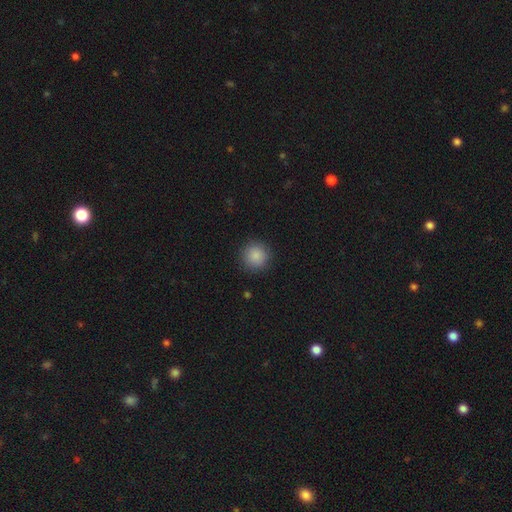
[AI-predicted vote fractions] Smooth or featured?
  - smooth: 88% *
  - star or artifact: 9%
  - featured or disk: 4%
How rounded?
  - round: 95% *
  - in between: 4%
  - cigar-shaped: 1%
Merging?
  - none: 90% *
  - minor disturbance: 6%
  - major disturbance: 2%
  - merger: 1%